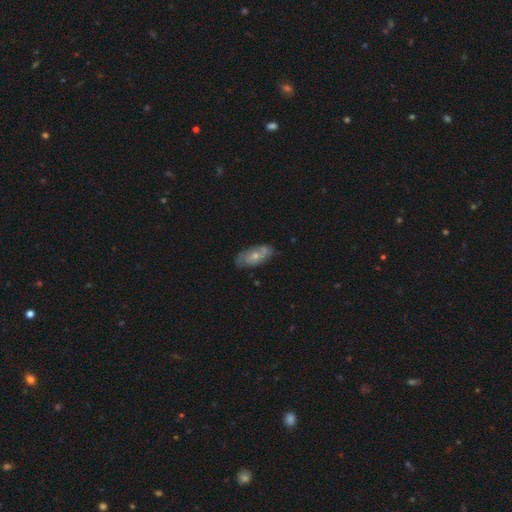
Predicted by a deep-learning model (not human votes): Smooth or featured?
  - featured or disk: 56% *
  - smooth: 37%
  - star or artifact: 7%
Edge-on disk?
  - no: 89% *
  - yes: 11%
Merging?
  - none: 66% *
  - minor disturbance: 24%
  - major disturbance: 6%
  - merger: 5%